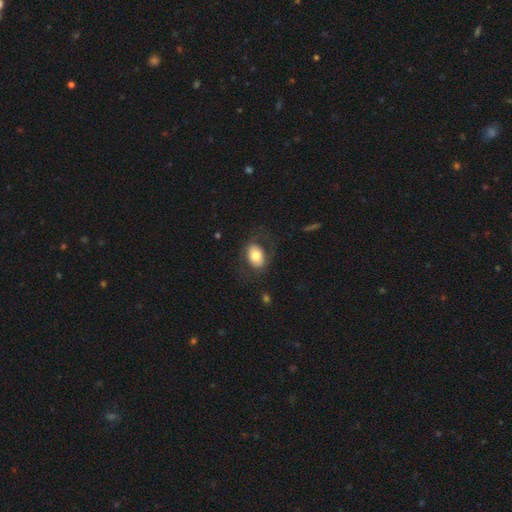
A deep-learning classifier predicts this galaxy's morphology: This appears to be a smooth galaxy with no disk features (71%) that is in between round and cigar-shaped (78%). Merging: none (71%).